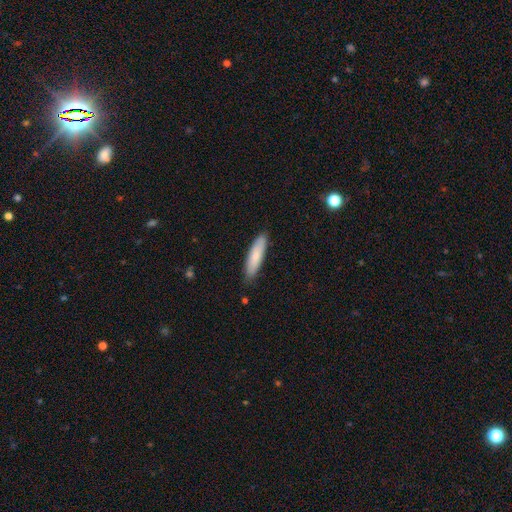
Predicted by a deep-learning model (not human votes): A smooth galaxy with no disk features (78%) that is cigar-shaped (73%). Merging: none (86%).